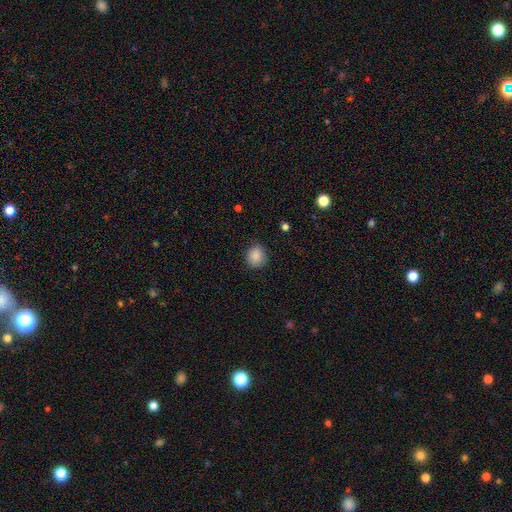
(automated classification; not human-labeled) Smooth or featured? Predicted: smooth (p=0.87). How rounded? Predicted: round (p=0.79). Merging? Predicted: none (p=0.85).